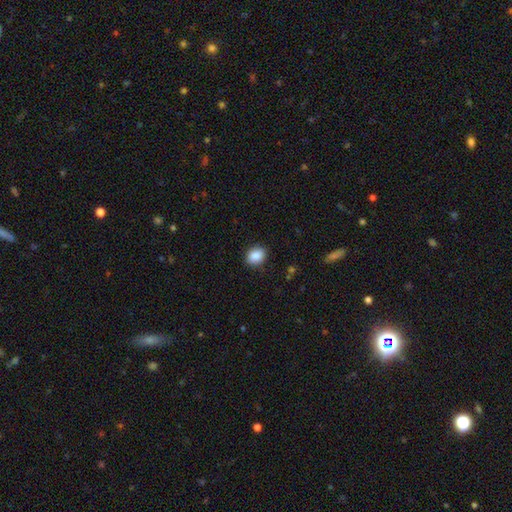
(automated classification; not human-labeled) Q: Smooth or featured?
A: smooth (88%); runner-up: star or artifact (8%)
Q: How rounded?
A: in between (54%); runner-up: round (45%)
Q: Merging?
A: none (88%); runner-up: minor disturbance (8%)